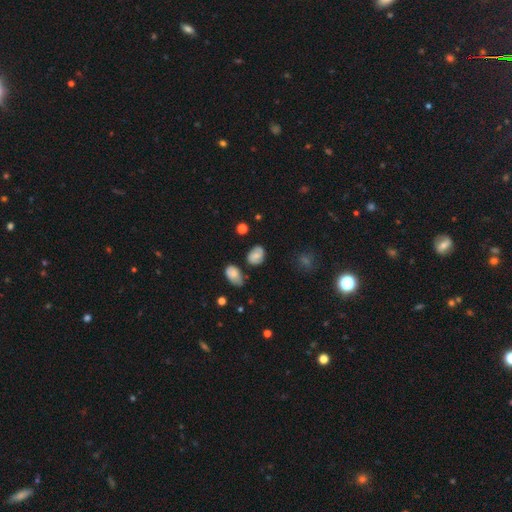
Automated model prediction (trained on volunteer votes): smooth-or-featured: smooth: 59% | featured or disk: 30% | star or artifact: 11%
  how-rounded: in between: 64% | round: 34% | cigar-shaped: 2%
  merging: none: 64% | minor disturbance: 23% | major disturbance: 6% | merger: 6%